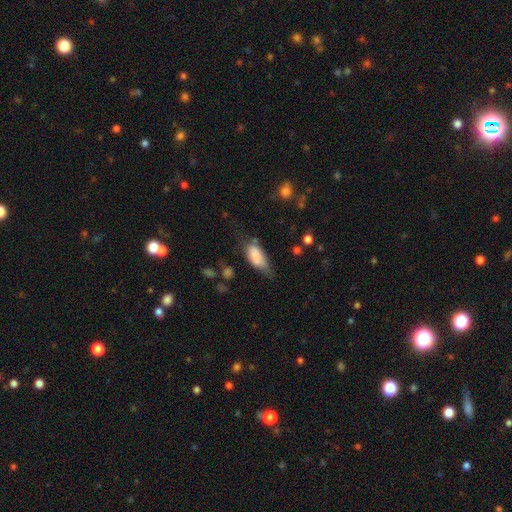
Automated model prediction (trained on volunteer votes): Smooth or featured?
  - smooth: 80% *
  - featured or disk: 13%
  - star or artifact: 8%
How rounded?
  - in between: 85% *
  - cigar-shaped: 12%
  - round: 3%
Merging?
  - minor disturbance: 40% *
  - none: 30%
  - major disturbance: 24%
  - merger: 6%